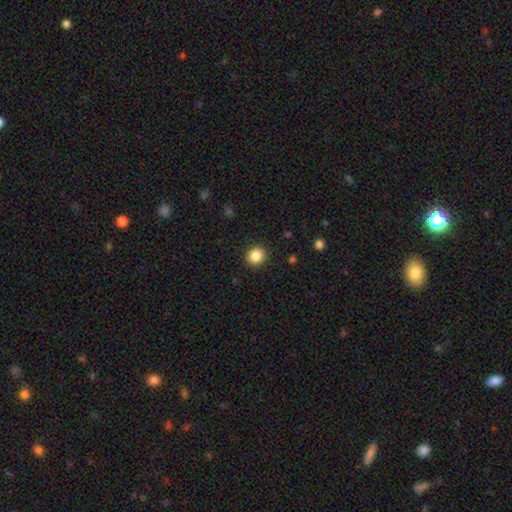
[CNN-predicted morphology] Smooth or featured: smooth — 86% (star or artifact — 10%)
How rounded: round — 77% (in between — 22%)
Merging: none — 91% (minor disturbance — 6%)